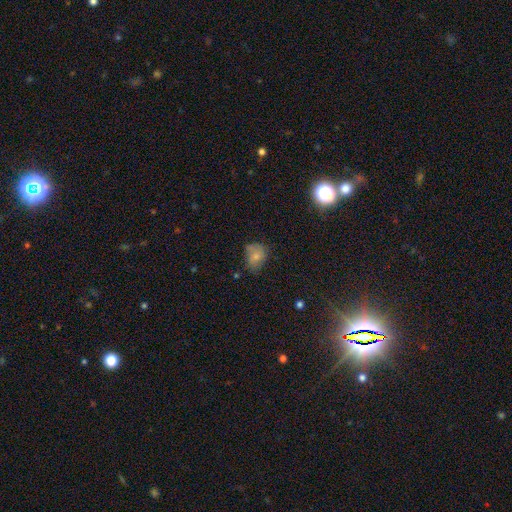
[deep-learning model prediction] Overall: smooth (73%). How rounded: in between (57%; round 42%). Merging: none (53%; minor disturbance 31%).